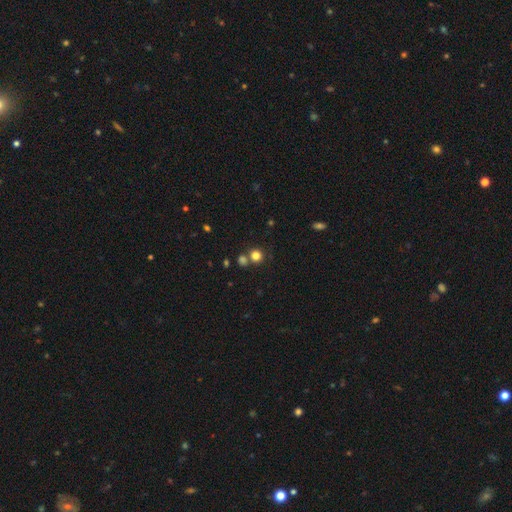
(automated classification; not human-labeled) Smooth or featured: smooth — 79% (star or artifact — 15%)
How rounded: round — 90% (in between — 9%)
Merging: none — 67% (merger — 23%)